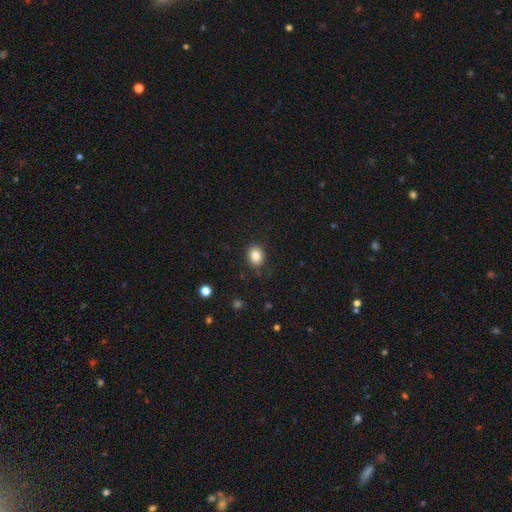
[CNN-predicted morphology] A smooth galaxy with no disk features (85%) that is round (51%).

Vote fractions:
- Smooth or featured? smooth: 85% / star or artifact: 10% / featured or disk: 5%
- How rounded? round: 51% / in between: 48% / cigar-shaped: 1%
- Merging? none: 84% / minor disturbance: 12% / major disturbance: 3% / merger: 1%